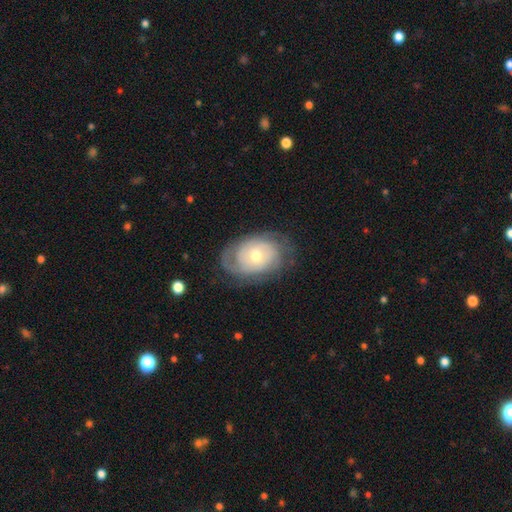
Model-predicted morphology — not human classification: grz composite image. It shows a featured or disk galaxy (74%) with no bar (76%), tight (67%) spiral arms (86%) and a moderate central bulge (63%). Merging: none (71%).